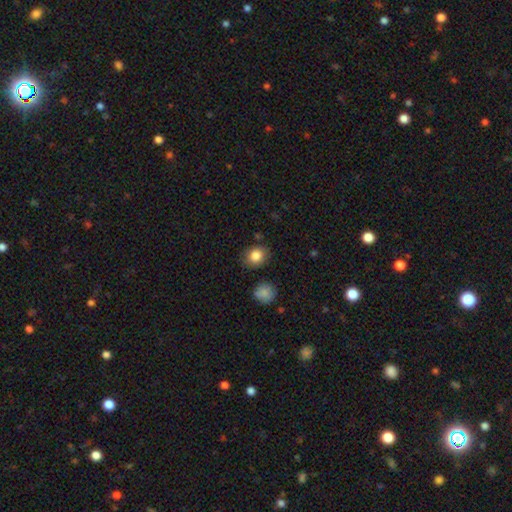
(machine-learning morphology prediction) type=smooth (85%); roundness=round (60%); merging=none (81%).